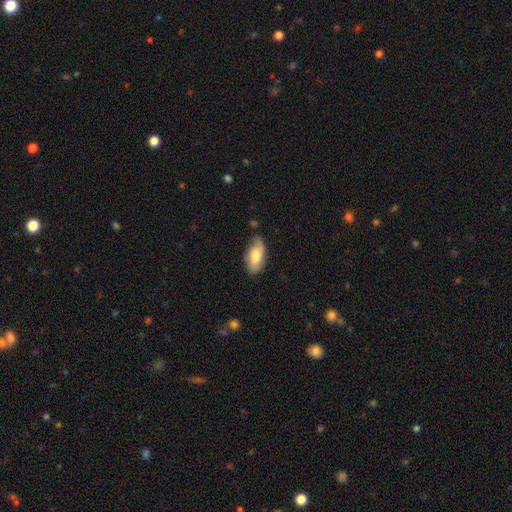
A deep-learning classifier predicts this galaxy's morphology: Smooth or featured? Predicted: smooth (p=0.66). How rounded? Predicted: in between (p=0.91). Merging? Predicted: none (p=0.64).